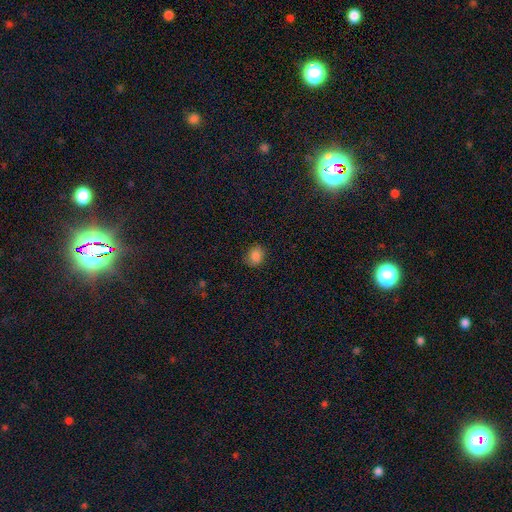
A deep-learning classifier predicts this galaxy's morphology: smooth_or_featured: smooth (p=0.85) [alt: star or artifact p=0.11]
how_rounded: round (p=0.61) [alt: in between p=0.38]
merging: none (p=0.81) [alt: minor disturbance p=0.14]